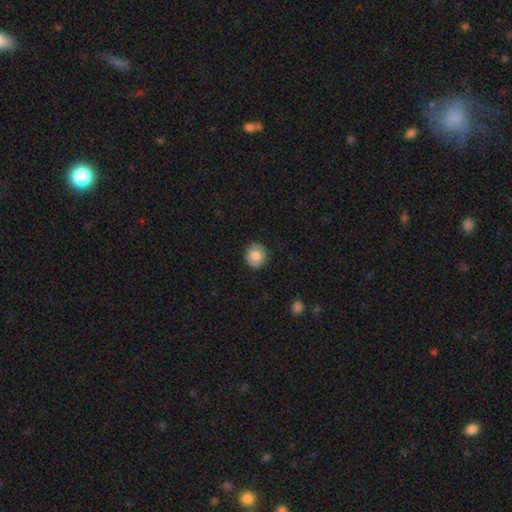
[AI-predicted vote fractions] A smooth galaxy with no disk features (76%) that is round (87%).

Vote fractions:
- Smooth or featured? smooth: 76% / featured or disk: 17% / star or artifact: 8%
- How rounded? round: 87% / in between: 12% / cigar-shaped: 1%
- Merging? none: 87% / minor disturbance: 9% / major disturbance: 2% / merger: 1%